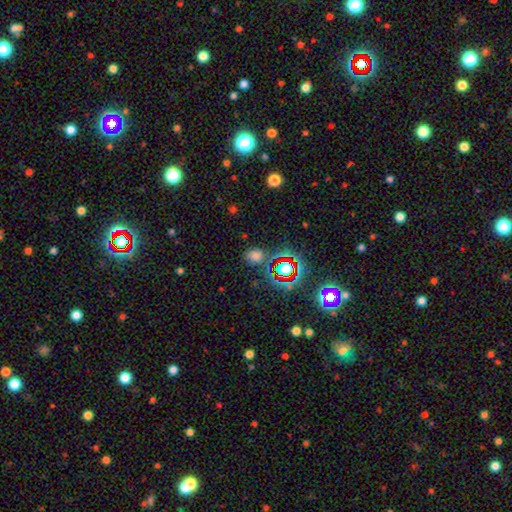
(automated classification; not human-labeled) Overall: smooth (62%; star or artifact 31%). How rounded: round (58%; in between 40%). Merging: none (75%).